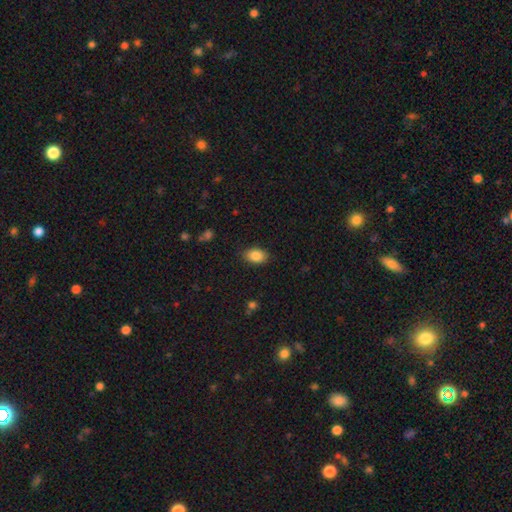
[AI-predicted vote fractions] smooth 87%, star or artifact 8%, featured or disk 5%. Down the decision tree: how rounded — in between (88%); merging — none (85%).